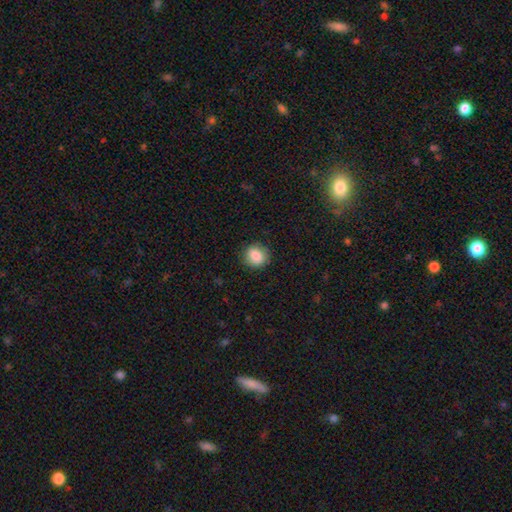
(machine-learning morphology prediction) Overall: smooth (85%). How rounded: round (78%). Merging: none (86%).